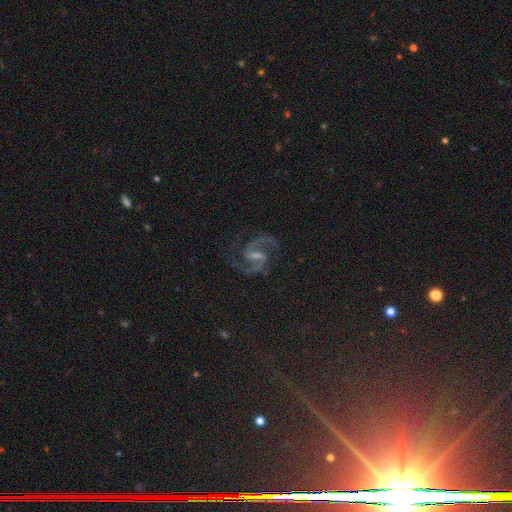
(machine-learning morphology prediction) Smooth or featured? Predicted: featured or disk (p=0.89). Edge-on disk? Predicted: no (p=0.98). Bar? Predicted: weak (p=0.52). Spiral arms? Predicted: yes (p=0.99). Spiral winding? Predicted: medium (p=0.68). Spiral arm count? Predicted: 2 (p=0.94). Bulge size? Predicted: small (p=0.49). Merging? Predicted: none (p=0.81).